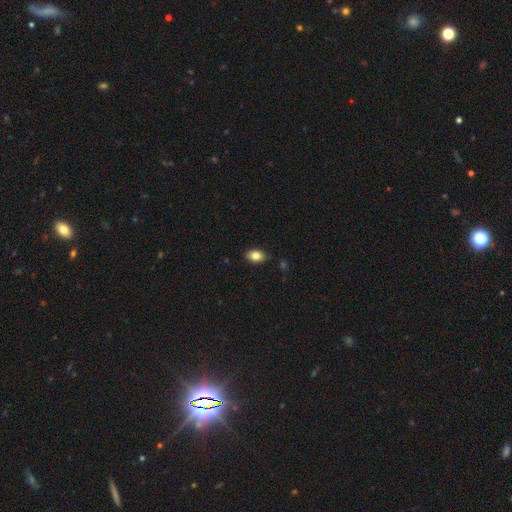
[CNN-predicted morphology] This appears to be a smooth galaxy with no disk features (83%) that is in between round and cigar-shaped (83%). Merging: none (84%).